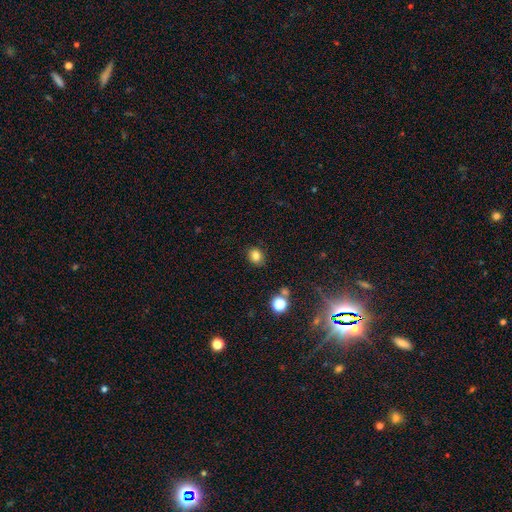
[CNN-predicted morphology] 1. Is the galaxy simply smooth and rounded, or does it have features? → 82% smooth, 12% star or artifact, 5% featured or disk.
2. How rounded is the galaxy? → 65% round, 34% in between, 1% cigar-shaped.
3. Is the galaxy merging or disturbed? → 85% none, 10% minor disturbance, 3% major disturbance, 2% merger.